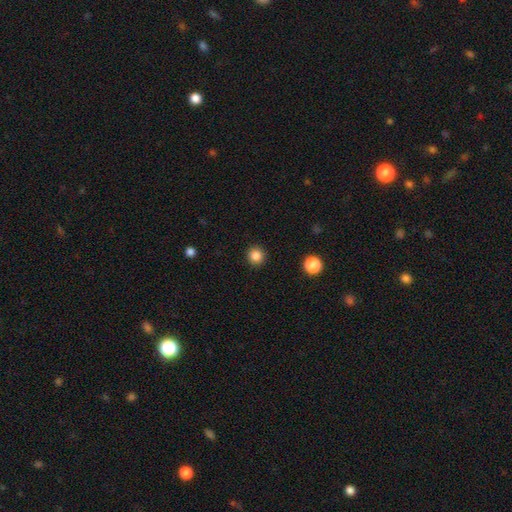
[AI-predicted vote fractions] A smooth galaxy with no disk features (85%) that is round (94%). Merging: none (92%).